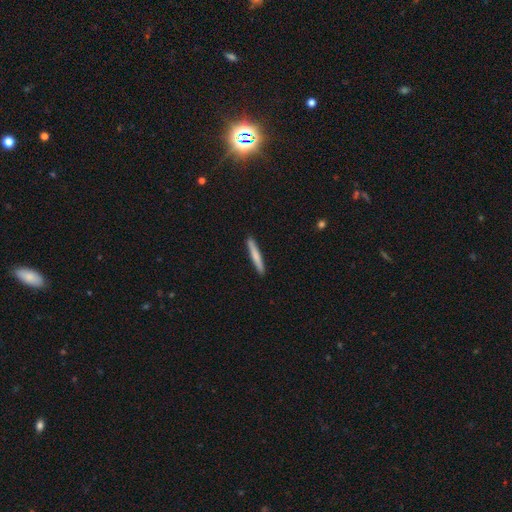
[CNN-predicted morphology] The model was most divided on "smooth or featured": smooth: 72%, featured or disk: 23%, star or artifact: 5%. More confident: how rounded — cigar-shaped (96%); merging — none (91%).